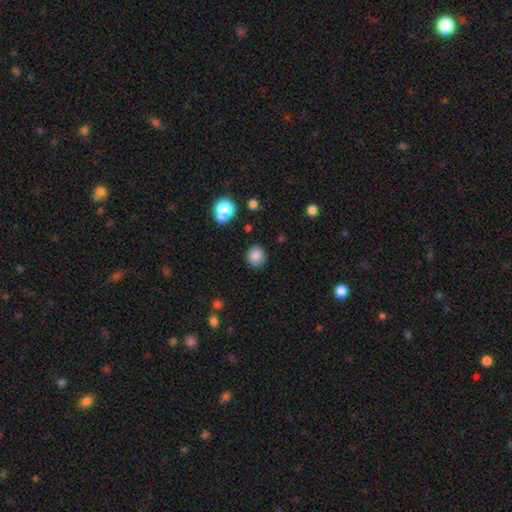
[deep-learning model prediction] This appears to be a smooth galaxy with no disk features (86%) that is round (81%). Merging: none (86%).